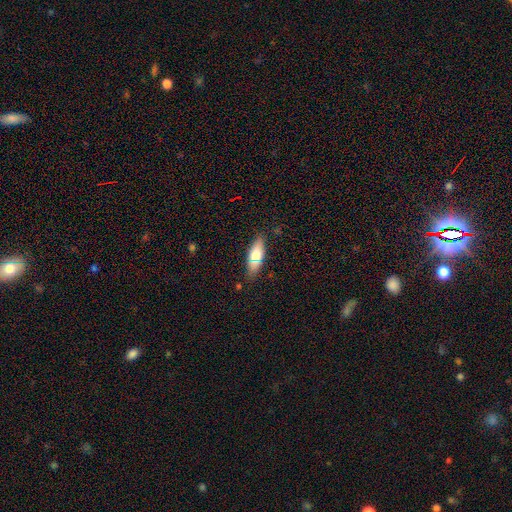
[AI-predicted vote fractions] The model was most divided on "how rounded": in between: 65%, cigar-shaped: 32%, round: 3%. More confident: merging — none (82%); smooth or featured — smooth (67%).